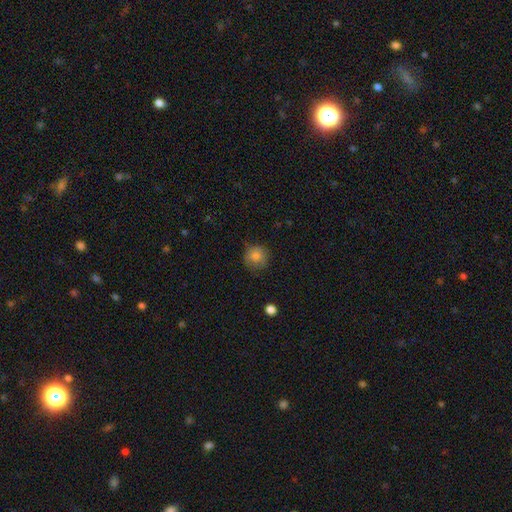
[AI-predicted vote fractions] Smooth or featured? Predicted: smooth (p=0.80). How rounded? Predicted: round (p=0.91). Merging? Predicted: none (p=0.76).